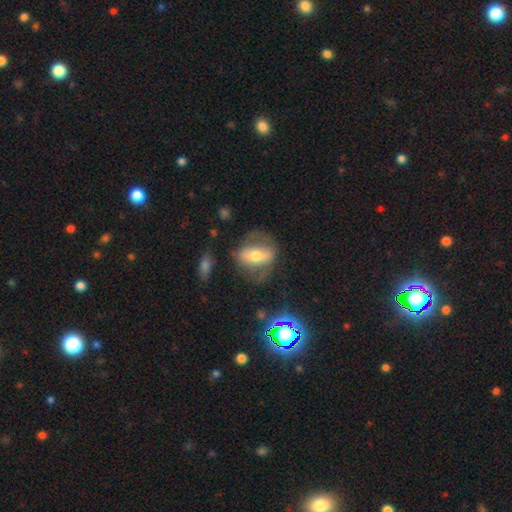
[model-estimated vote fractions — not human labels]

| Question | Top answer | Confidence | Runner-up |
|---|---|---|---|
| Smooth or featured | featured or disk | 52% | smooth (39%) |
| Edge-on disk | no | 81% | yes (19%) |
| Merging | none | 61% | minor disturbance (20%) |